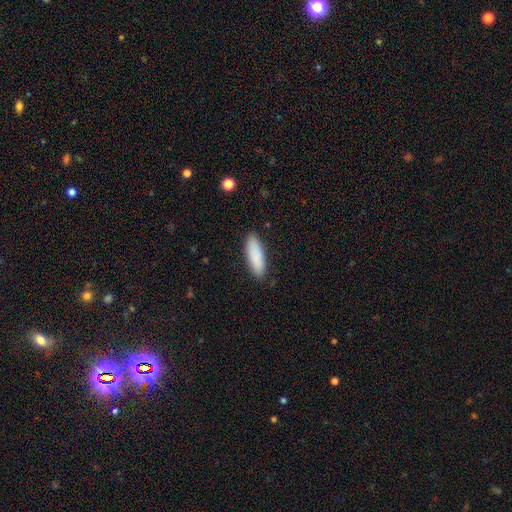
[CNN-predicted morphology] Smooth or featured: smooth — 88% (featured or disk — 6%)
How rounded: in between — 56% (cigar-shaped — 43%)
Merging: none — 87% (minor disturbance — 10%)